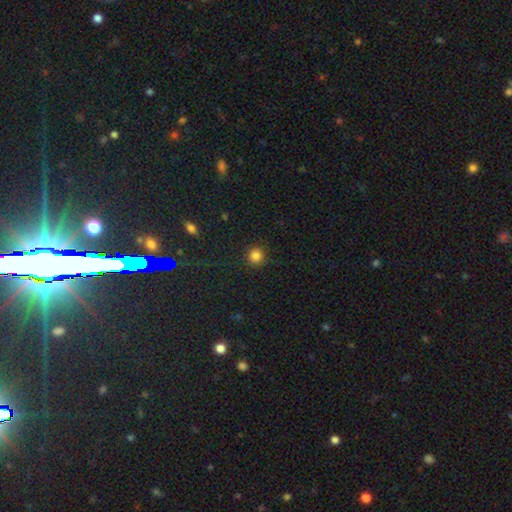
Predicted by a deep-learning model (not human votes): This appears to be a smooth galaxy with no disk features (83%) that is round (94%). Merging: none (91%).